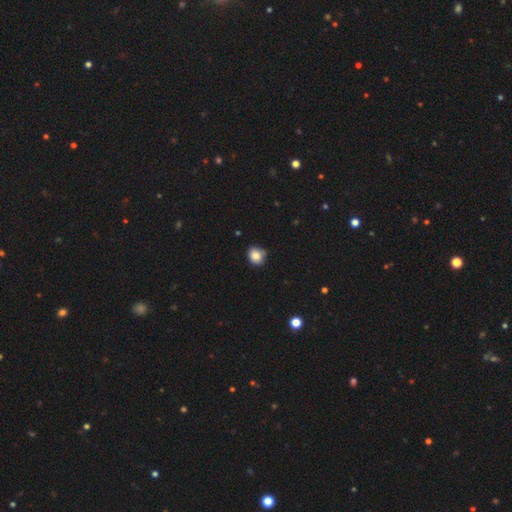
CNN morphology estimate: Smooth or featured?
  - smooth: 84% *
  - star or artifact: 10%
  - featured or disk: 7%
How rounded?
  - round: 73% *
  - in between: 26%
  - cigar-shaped: 1%
Merging?
  - none: 73% *
  - minor disturbance: 21%
  - merger: 3%
  - major disturbance: 3%